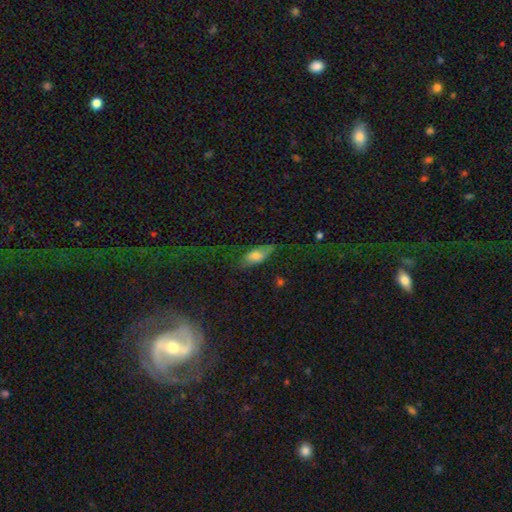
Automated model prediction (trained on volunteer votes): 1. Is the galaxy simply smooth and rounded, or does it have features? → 68% smooth, 21% featured or disk, 11% star or artifact.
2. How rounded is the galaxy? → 78% in between, 18% cigar-shaped, 4% round.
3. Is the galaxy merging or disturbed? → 57% none, 27% minor disturbance, 14% major disturbance, 2% merger.